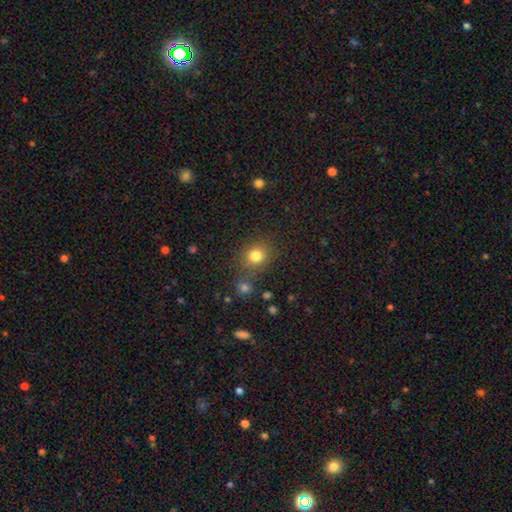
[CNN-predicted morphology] This is likely a smooth galaxy (80%). How rounded: likely round (80%). Merging: likely none (76%).